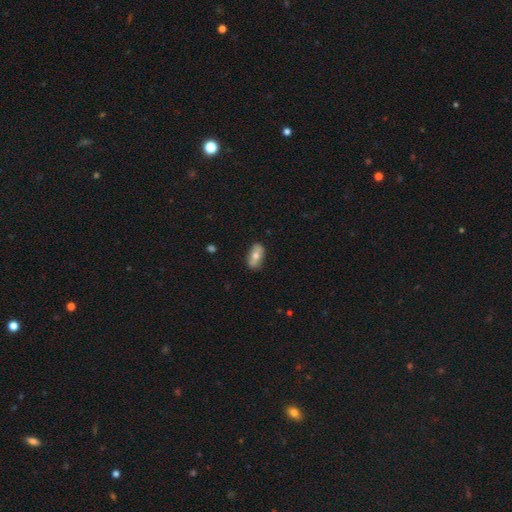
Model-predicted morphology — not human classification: A smooth galaxy with no disk features (58%) that is in between round and cigar-shaped (88%).

Vote fractions:
- Smooth or featured? smooth: 58% / featured or disk: 36% / star or artifact: 7%
- How rounded? in between: 88% / round: 6% / cigar-shaped: 6%
- Merging? none: 80% / minor disturbance: 15% / major disturbance: 3% / merger: 2%